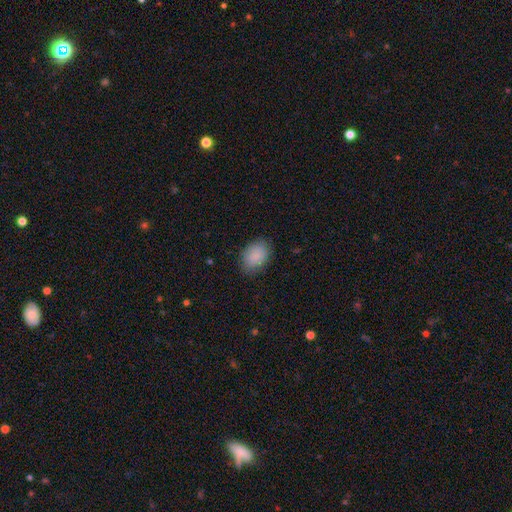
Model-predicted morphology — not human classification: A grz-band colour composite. It shows a smooth galaxy with no disk features (88%) that is in between round and cigar-shaped (80%). Merging: none (81%).